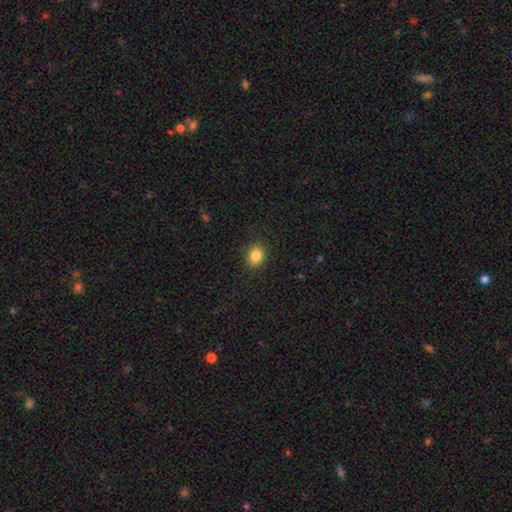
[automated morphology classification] This is clearly a smooth galaxy (85%). How rounded: possibly round (53%). Merging: clearly none (87%).